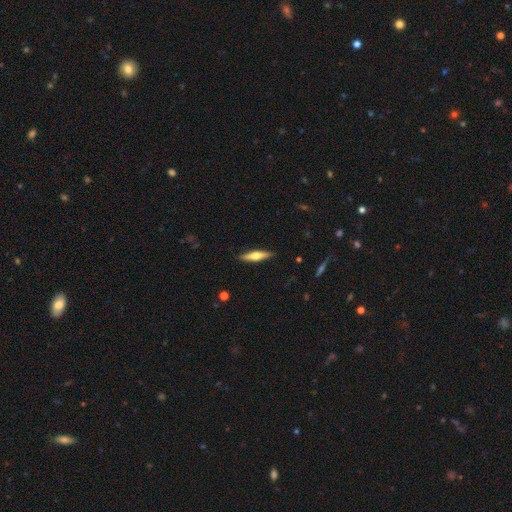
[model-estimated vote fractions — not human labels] A smooth galaxy with no disk features (48%). Merging: none (88%).